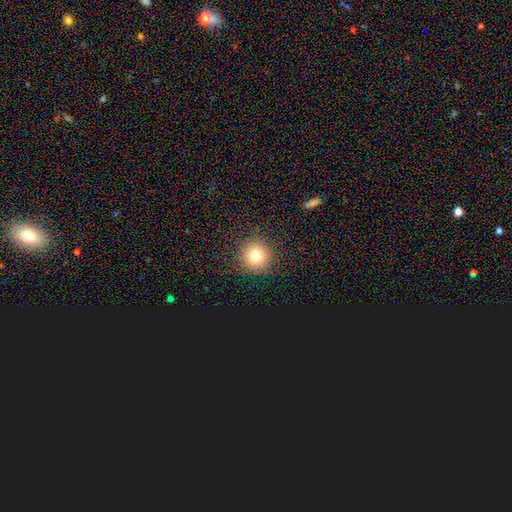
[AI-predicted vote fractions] smooth-or-featured: smooth: 76% | star or artifact: 14% | featured or disk: 9%
  how-rounded: round: 95% | in between: 4% | cigar-shaped: 1%
  merging: none: 90% | minor disturbance: 6% | major disturbance: 3% | merger: 1%